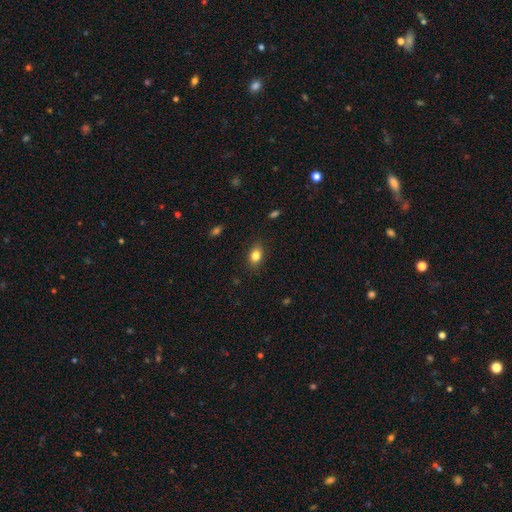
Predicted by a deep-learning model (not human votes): This is clearly a smooth galaxy (83%). How rounded: likely in between (74%). Merging: clearly none (85%).